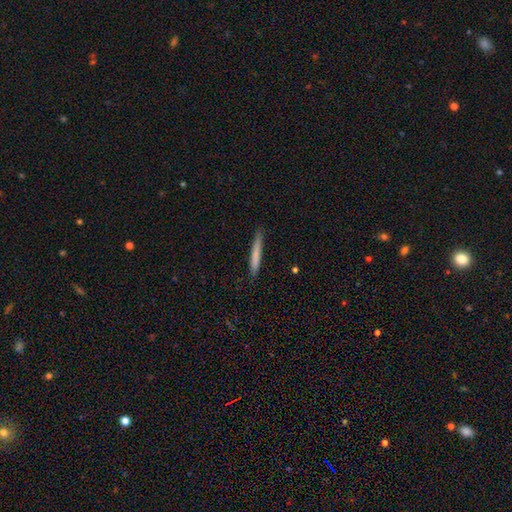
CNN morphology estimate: smooth 74%, featured or disk 20%, star or artifact 6%. Down the decision tree: how rounded — cigar-shaped (96%); merging — none (87%).